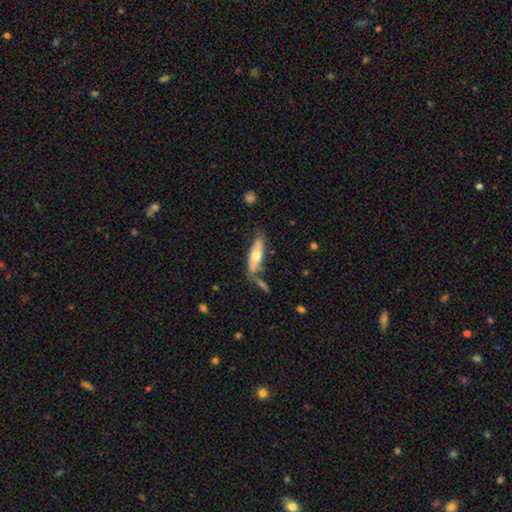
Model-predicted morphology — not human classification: Q: Smooth or featured?
A: smooth (55%); runner-up: featured or disk (39%)
Q: How rounded?
A: cigar-shaped (53%); runner-up: in between (45%)
Q: Merging?
A: none (63%); runner-up: minor disturbance (19%)